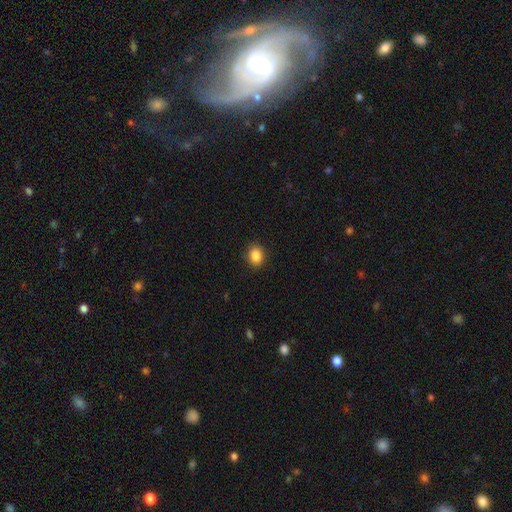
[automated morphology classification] smooth-or-featured: smooth: 87% | star or artifact: 9% | featured or disk: 4%
  how-rounded: in between: 54% | round: 45% | cigar-shaped: 1%
  merging: none: 88% | minor disturbance: 9% | major disturbance: 2% | merger: 1%